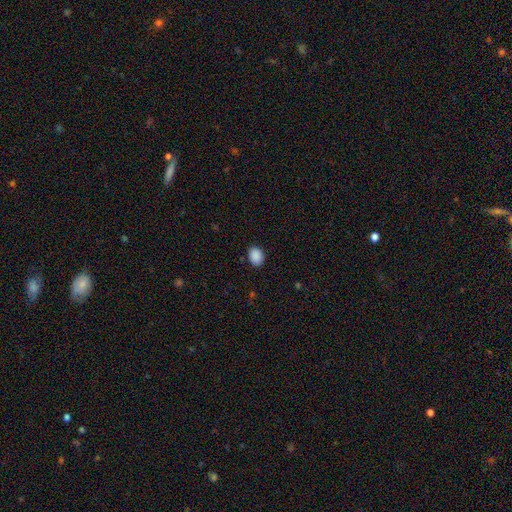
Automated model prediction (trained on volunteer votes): Smooth or featured?
  - smooth: 89% *
  - star or artifact: 8%
  - featured or disk: 3%
How rounded?
  - in between: 65% *
  - round: 34%
  - cigar-shaped: 1%
Merging?
  - none: 87% *
  - minor disturbance: 10%
  - major disturbance: 2%
  - merger: 1%